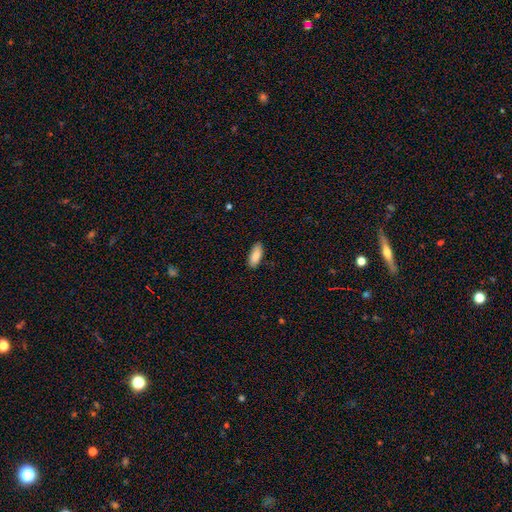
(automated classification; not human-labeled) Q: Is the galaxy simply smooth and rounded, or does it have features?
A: smooth — 88%.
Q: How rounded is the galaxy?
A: in between — 81%.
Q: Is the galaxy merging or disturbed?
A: none — 87%.